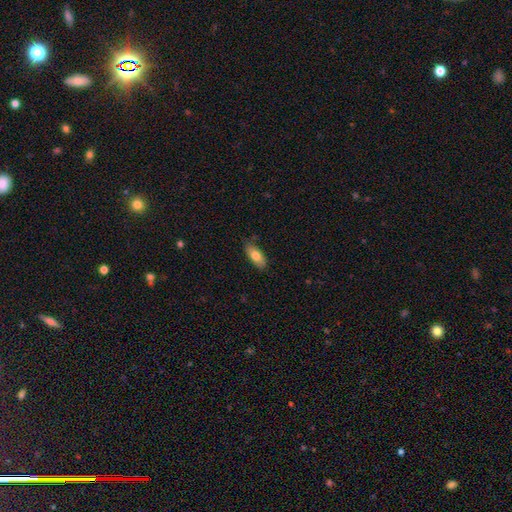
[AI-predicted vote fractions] This is likely a smooth galaxy (77%). How rounded: clearly in between (84%). Merging: clearly none (82%).